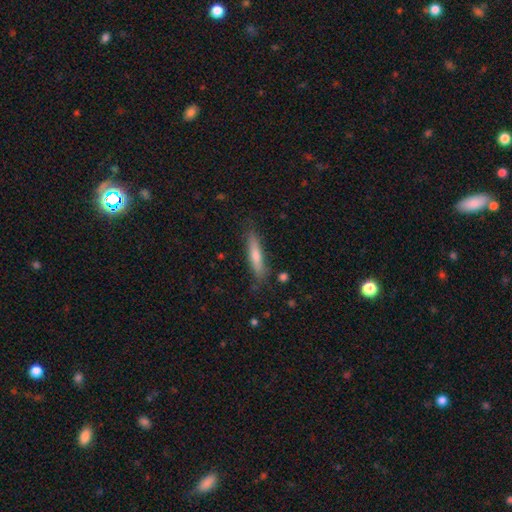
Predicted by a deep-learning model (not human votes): This appears to be a smooth galaxy with no disk features (61%) that is cigar-shaped (89%). Merging: none (83%).